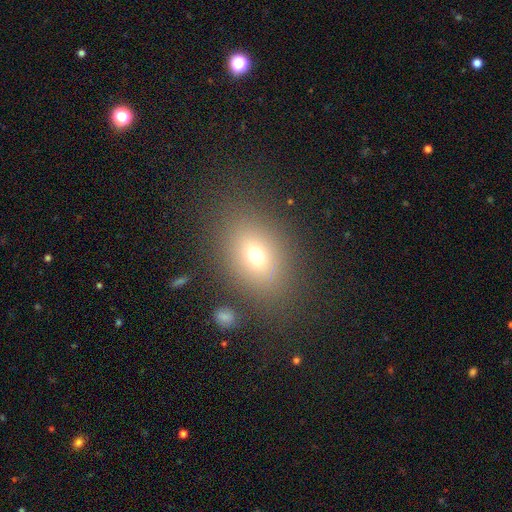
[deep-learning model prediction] Smooth or featured? smooth (69%)
How rounded? in between (70%)
Merging? none (80%)